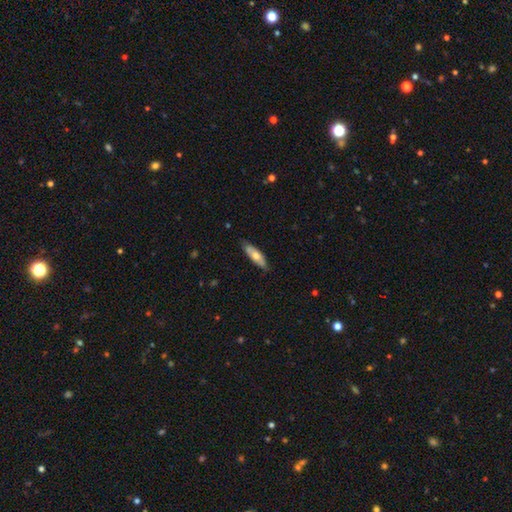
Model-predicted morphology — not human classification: Smooth or featured?
  - smooth: 59% *
  - featured or disk: 36%
  - star or artifact: 5%
How rounded?
  - cigar-shaped: 51% *
  - in between: 47%
  - round: 2%
Merging?
  - none: 81% *
  - minor disturbance: 16%
  - major disturbance: 2%
  - merger: 1%